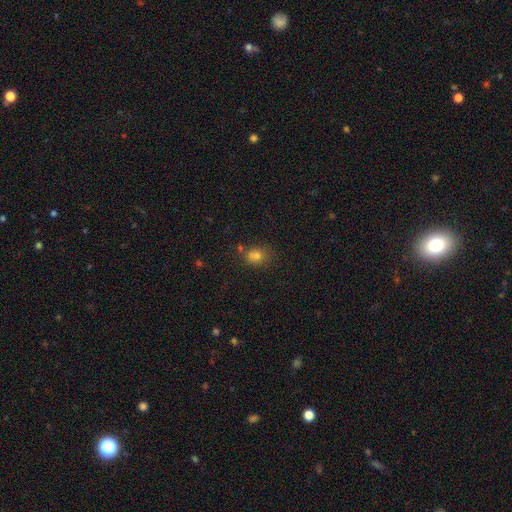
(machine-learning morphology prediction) A smooth galaxy with no disk features (70%) that is round (64%). Merging: none (61%).